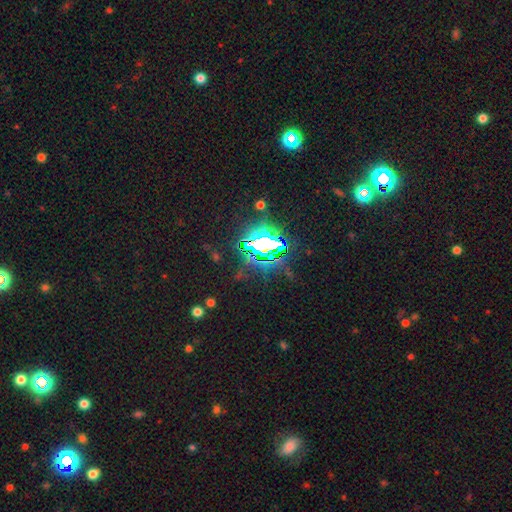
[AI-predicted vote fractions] star or artifact 81%, smooth 10%, featured or disk 10%.